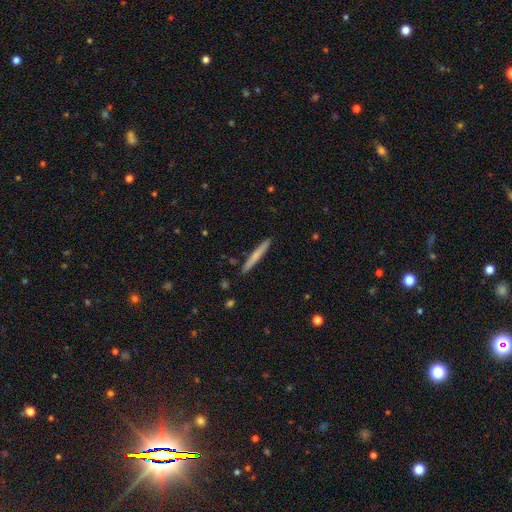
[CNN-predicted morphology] Q: Smooth or featured?
A: smooth (57%); runner-up: featured or disk (38%)
Q: How rounded?
A: cigar-shaped (96%); runner-up: in between (2%)
Q: Merging?
A: none (90%); runner-up: minor disturbance (7%)